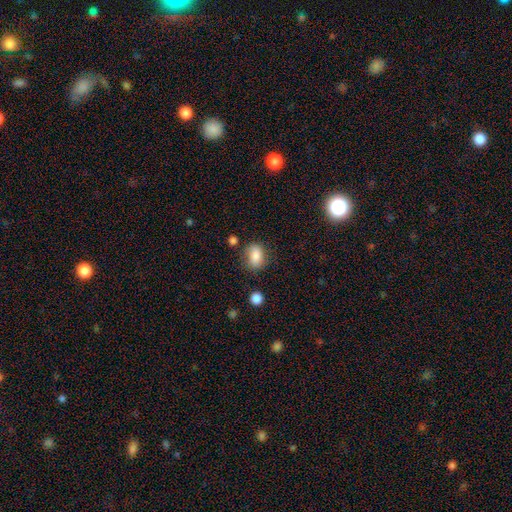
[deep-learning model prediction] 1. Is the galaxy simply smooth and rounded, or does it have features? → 82% smooth, 9% star or artifact, 9% featured or disk.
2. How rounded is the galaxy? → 75% in between, 23% round, 2% cigar-shaped.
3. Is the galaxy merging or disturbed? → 70% none, 20% minor disturbance, 6% major disturbance, 4% merger.